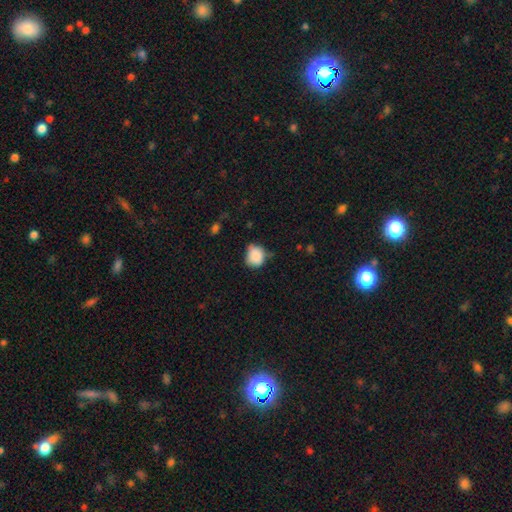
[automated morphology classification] Smooth or featured: smooth — 84% (star or artifact — 9%)
How rounded: round — 70% (in between — 28%)
Merging: none — 50% (minor disturbance — 37%)